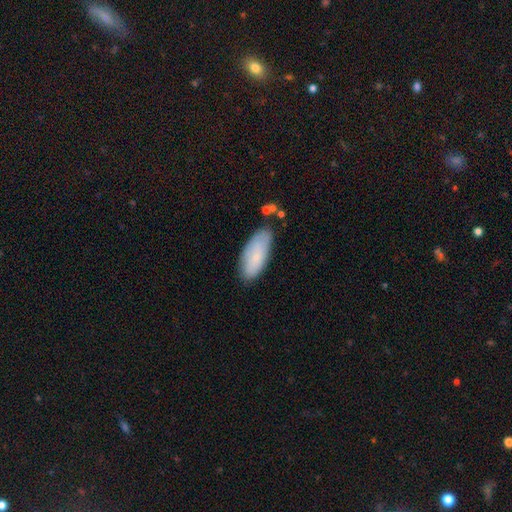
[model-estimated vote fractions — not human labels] Morphology: type=smooth (75%); roundness=in between (81%); merging=none (70%).